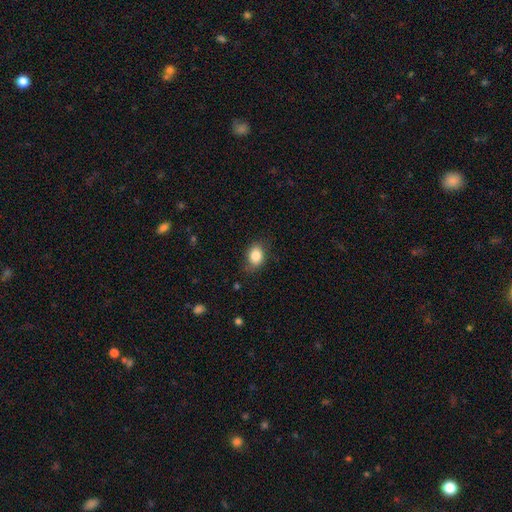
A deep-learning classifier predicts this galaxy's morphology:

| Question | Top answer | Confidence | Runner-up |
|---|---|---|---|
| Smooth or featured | smooth | 85% | star or artifact (9%) |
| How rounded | in between | 71% | round (28%) |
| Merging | none | 76% | minor disturbance (18%) |